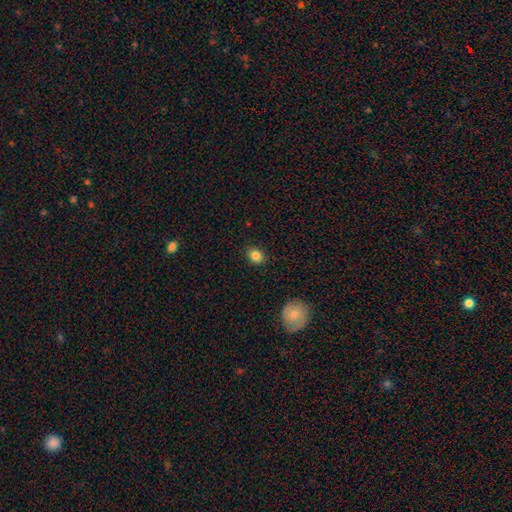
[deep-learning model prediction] A smooth galaxy with no disk features (84%) that is round (54%).

Vote fractions:
- Smooth or featured? smooth: 84% / star or artifact: 10% / featured or disk: 6%
- How rounded? round: 54% / in between: 45% / cigar-shaped: 1%
- Merging? none: 89% / minor disturbance: 8% / major disturbance: 2% / merger: 1%